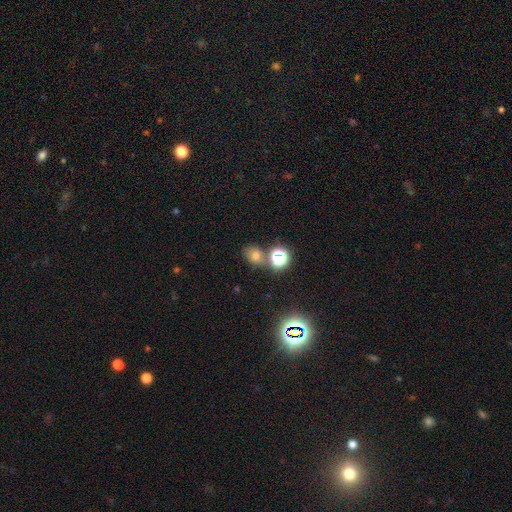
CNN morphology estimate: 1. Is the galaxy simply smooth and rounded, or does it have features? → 61% smooth, 28% star or artifact, 11% featured or disk.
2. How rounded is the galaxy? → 57% round, 42% in between, 1% cigar-shaped.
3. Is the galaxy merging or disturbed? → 66% none, 19% merger, 11% minor disturbance, 4% major disturbance.